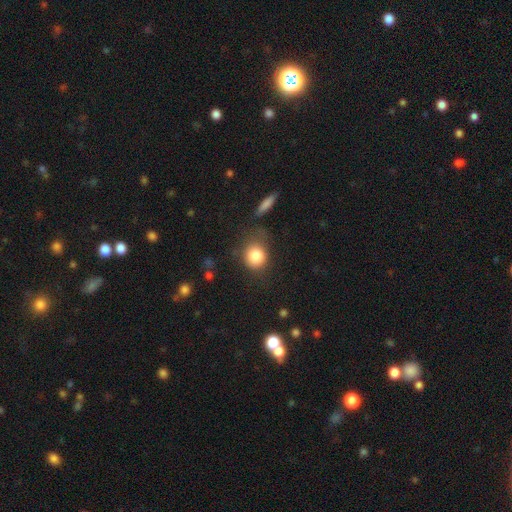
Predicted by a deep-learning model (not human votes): Overall: smooth (83%). How rounded: round (75%). Merging: none (63%).